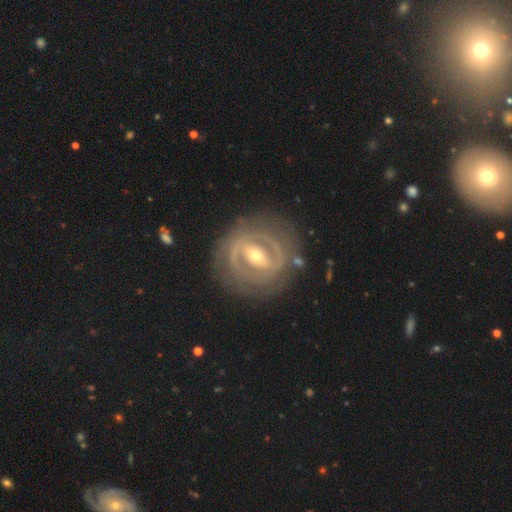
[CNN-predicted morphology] featured or disk 84%, smooth 12%, star or artifact 5%. Down the decision tree: edge-on disk — no (95%); bar — strong (52%); spiral arms — yes (71%); spiral arm count — 2 (55%); spiral winding — tight (64%); bulge size — moderate (52%); merging — none (78%).